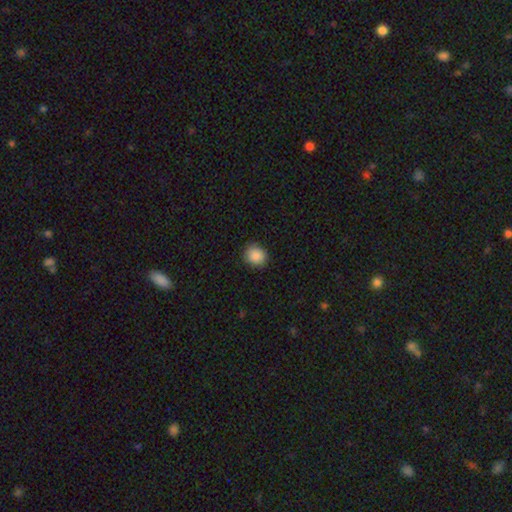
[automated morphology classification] A smooth galaxy with no disk features (89%) that is round (76%). Merging: none (88%).